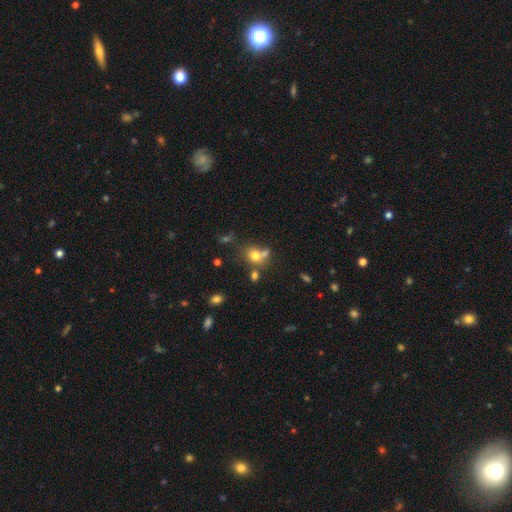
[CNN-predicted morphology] This is likely a smooth galaxy (72%). How rounded: likely round (61%). Merging: marginally merger (42%).